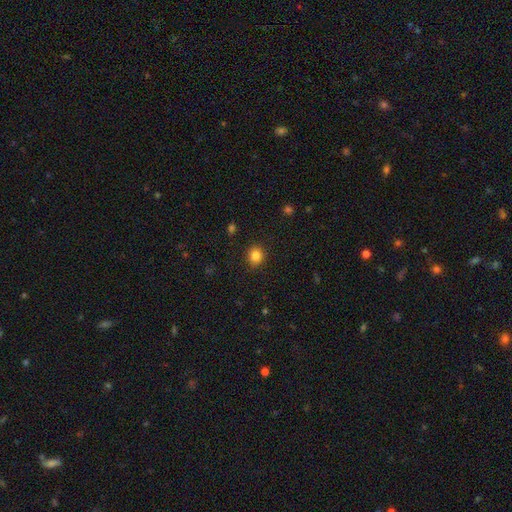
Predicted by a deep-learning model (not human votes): Morphology: type=smooth (84%); roundness=round (75%); merging=none (90%).